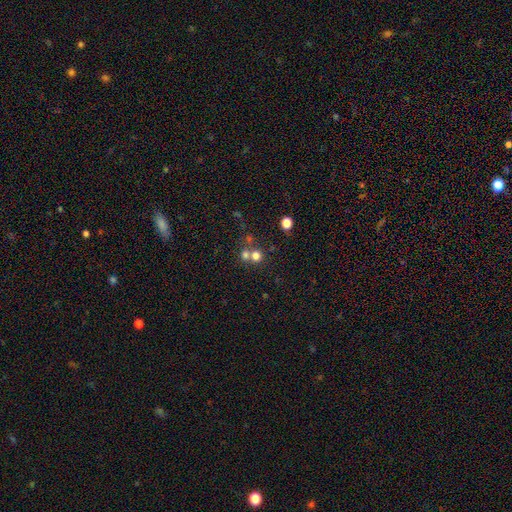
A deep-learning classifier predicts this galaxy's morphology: This is likely a smooth galaxy (71%). How rounded: clearly round (88%). Merging: possibly none (50%).